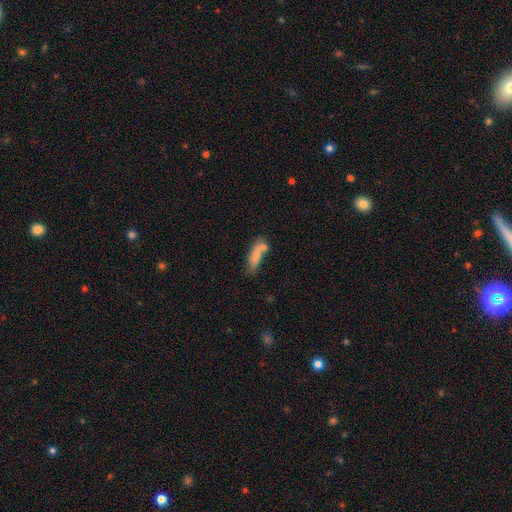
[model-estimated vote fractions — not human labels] Morphology: type=smooth (77%); roundness=cigar-shaped (51%); merging=none (48%).